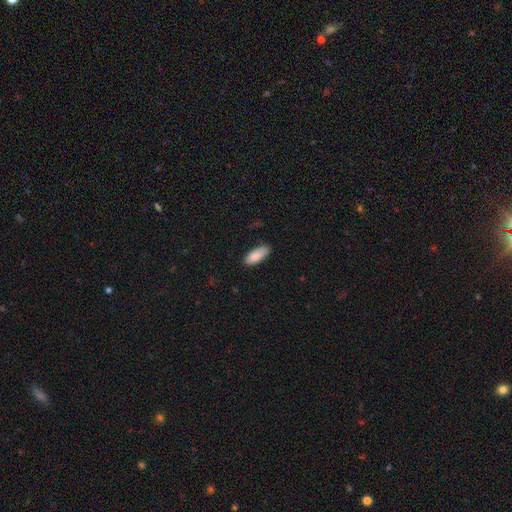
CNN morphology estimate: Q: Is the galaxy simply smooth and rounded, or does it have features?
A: smooth — 88%.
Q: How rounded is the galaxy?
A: in between — 78%.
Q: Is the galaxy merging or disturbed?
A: none — 84%.